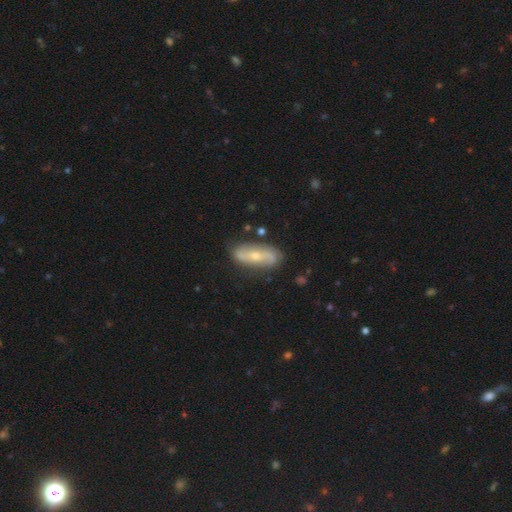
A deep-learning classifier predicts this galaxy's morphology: Smooth or featured? featured or disk (70%)
Edge-on disk? no (85%)
Bar? no (43%)
Spiral arms? yes (86%)
Spiral winding? loose (48%)
Spiral arm count? 2 (86%)
Bulge size? small (50%)
Merging? none (80%)